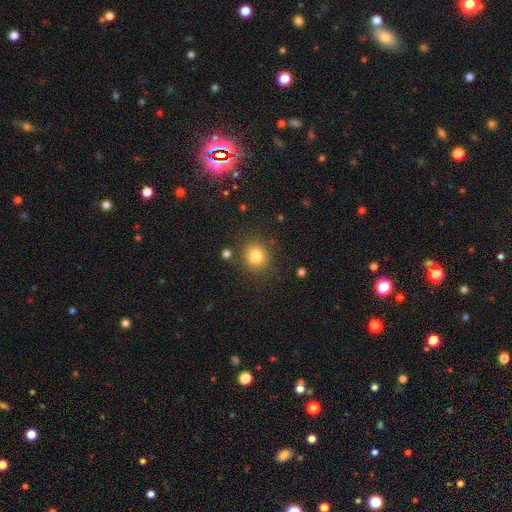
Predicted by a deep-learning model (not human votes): Morphology: type=smooth (80%); roundness=round (80%); merging=none (82%).